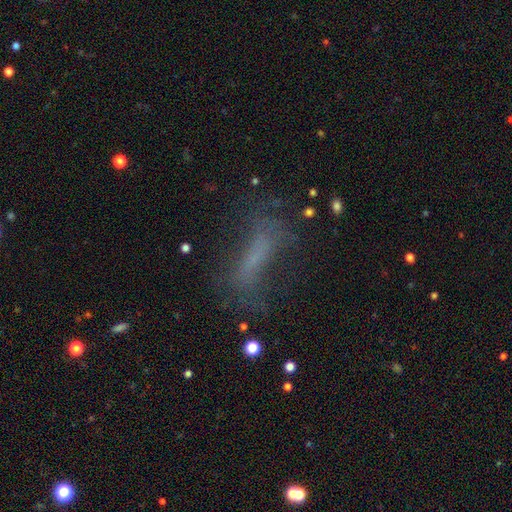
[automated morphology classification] This appears to be a smooth galaxy with no disk features (47%). Merging: none (54%).